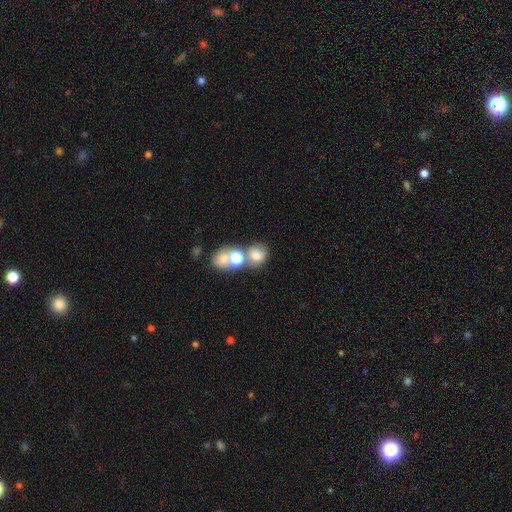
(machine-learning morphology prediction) This is likely a smooth galaxy (71%). How rounded: likely round (68%). Merging: possibly merger (46%).